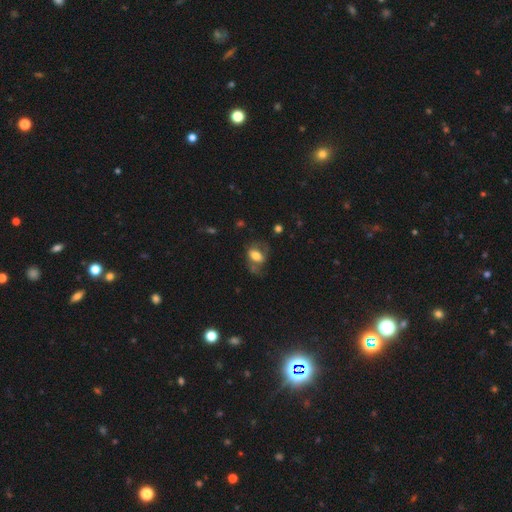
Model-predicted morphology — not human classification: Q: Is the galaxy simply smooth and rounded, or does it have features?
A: smooth — 61%.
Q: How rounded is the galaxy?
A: in between — 81%.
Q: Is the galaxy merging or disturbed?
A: none — 44%.